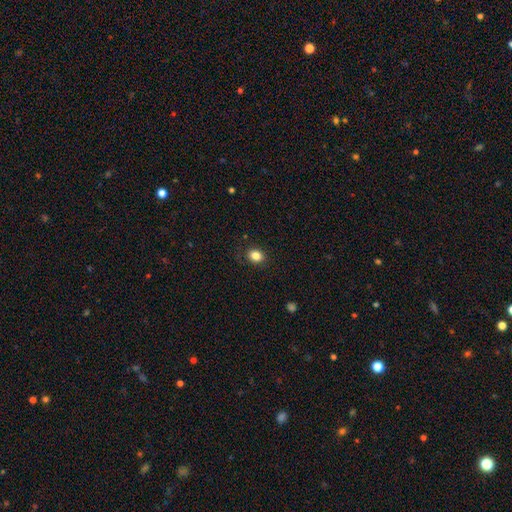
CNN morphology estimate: type=smooth (84%); roundness=in between (51%); merging=none (88%).